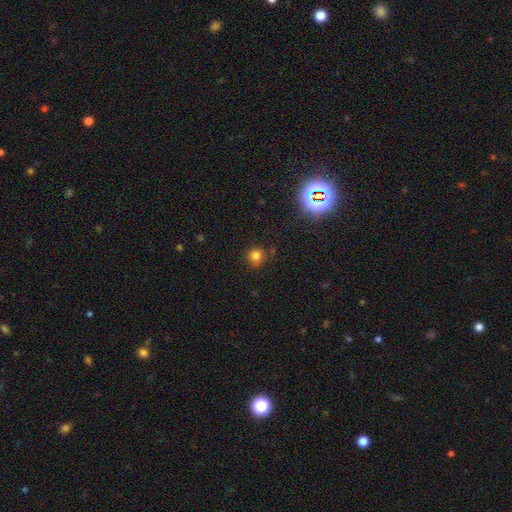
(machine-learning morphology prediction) Smooth or featured? smooth (78%)
How rounded? round (88%)
Merging? none (77%)